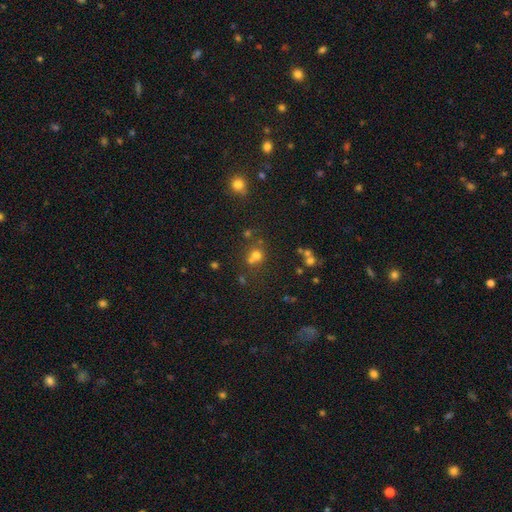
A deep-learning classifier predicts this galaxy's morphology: Overall: smooth (64%). How rounded: round (83%). Merging: none (51%; merger 36%).